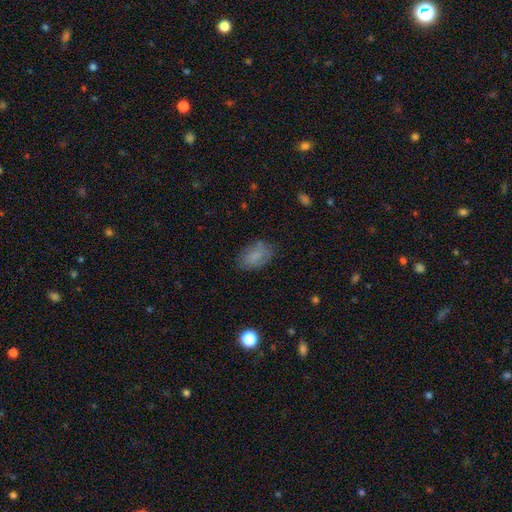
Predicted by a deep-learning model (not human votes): Q: Smooth or featured?
A: smooth (79%); runner-up: featured or disk (12%)
Q: How rounded?
A: in between (91%); runner-up: round (7%)
Q: Merging?
A: none (77%); runner-up: minor disturbance (17%)